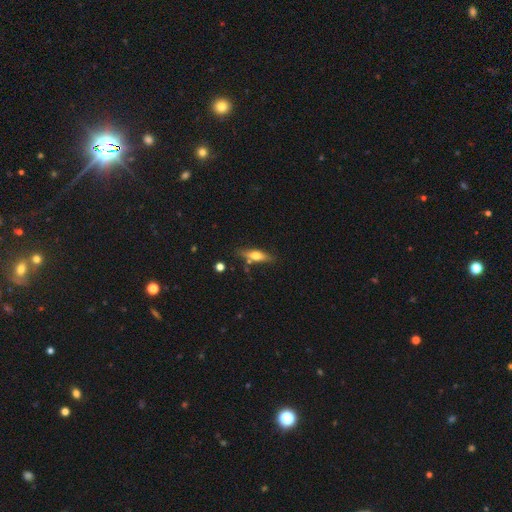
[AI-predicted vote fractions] A smooth galaxy with no disk features (51%) that is cigar-shaped (57%). Merging: none (76%).